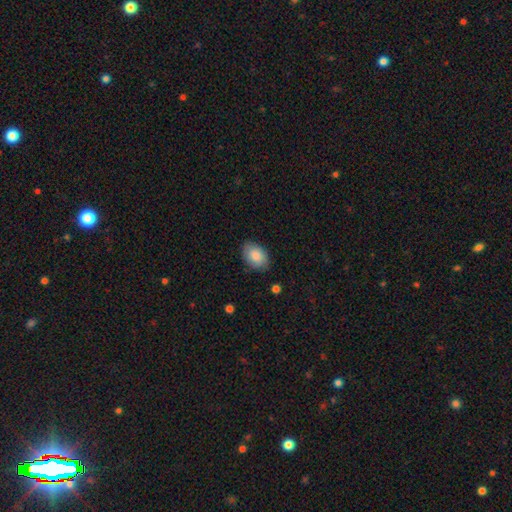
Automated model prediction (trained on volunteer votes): Morphology: type=smooth (85%); roundness=in between (87%); merging=none (83%).